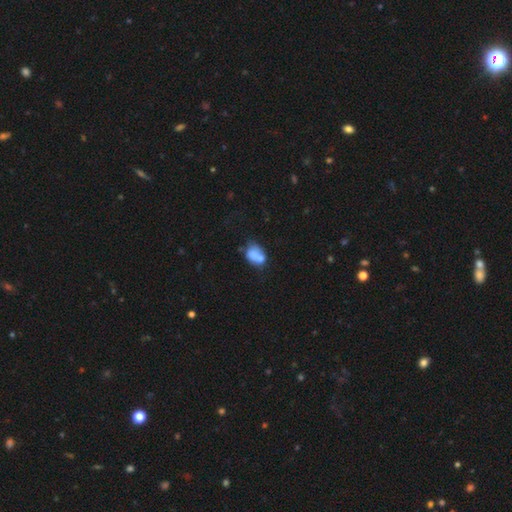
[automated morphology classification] smooth_or_featured: smooth (p=0.69) [alt: featured or disk p=0.21]
how_rounded: in between (p=0.74) [alt: round p=0.24]
merging: merger (p=0.34) [alt: none p=0.32]